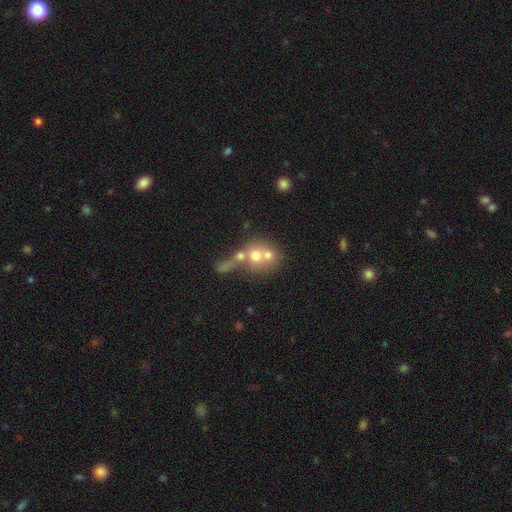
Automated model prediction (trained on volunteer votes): smooth-or-featured: smooth: 58% | featured or disk: 29% | star or artifact: 13%
  how-rounded: round: 73% | in between: 25% | cigar-shaped: 2%
  merging: merger: 64% | none: 23% | major disturbance: 7% | minor disturbance: 6%